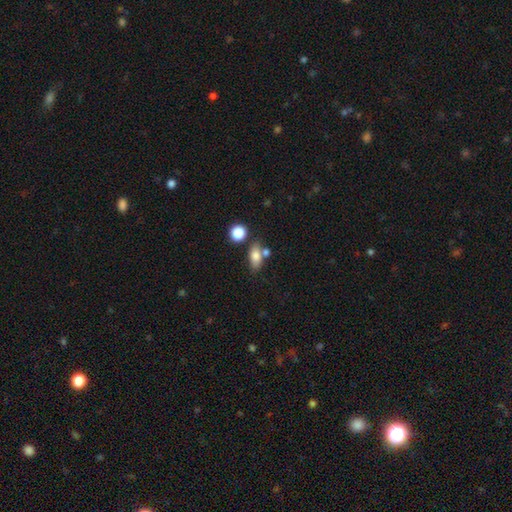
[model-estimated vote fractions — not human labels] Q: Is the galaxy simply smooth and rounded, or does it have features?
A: smooth — 78%.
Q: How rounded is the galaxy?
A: in between — 78%.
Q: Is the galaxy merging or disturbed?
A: none — 63%.